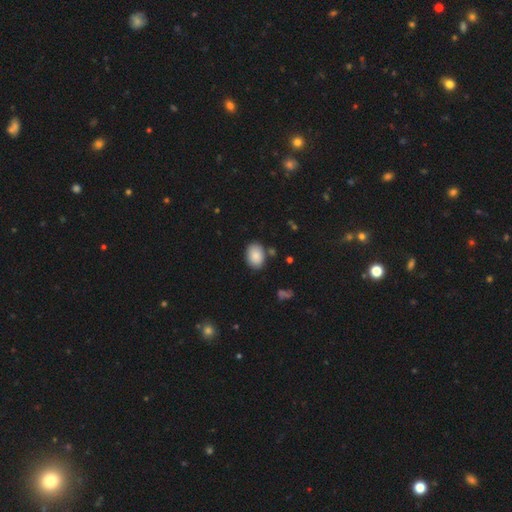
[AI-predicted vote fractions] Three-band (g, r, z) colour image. It shows a smooth galaxy with no disk features (87%) that is in between round and cigar-shaped (78%). Merging: none (82%).